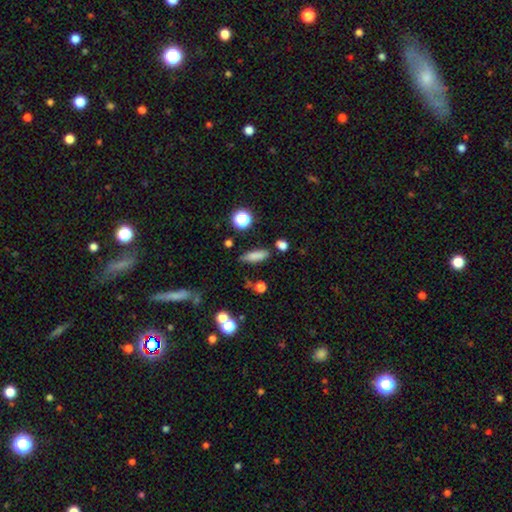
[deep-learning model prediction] Q: Smooth or featured?
A: smooth (79%); runner-up: star or artifact (11%)
Q: How rounded?
A: cigar-shaped (49%); runner-up: in between (46%)
Q: Merging?
A: none (76%); runner-up: minor disturbance (16%)